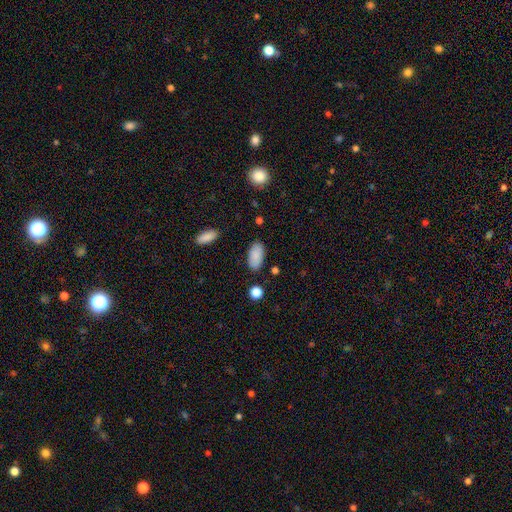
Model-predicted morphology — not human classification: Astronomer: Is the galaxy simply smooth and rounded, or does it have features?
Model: smooth — 88%.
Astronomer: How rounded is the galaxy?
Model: in between — 94%.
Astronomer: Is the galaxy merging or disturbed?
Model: none — 85%.